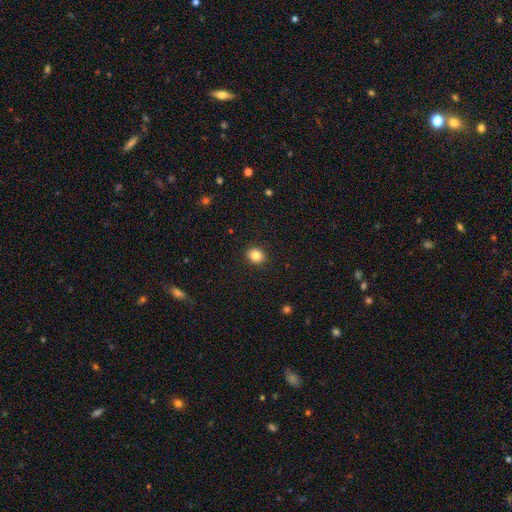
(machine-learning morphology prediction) smooth-or-featured: smooth: 84% | star or artifact: 10% | featured or disk: 6%
  how-rounded: round: 69% | in between: 30% | cigar-shaped: 1%
  merging: none: 91% | minor disturbance: 6% | major disturbance: 2% | merger: 1%